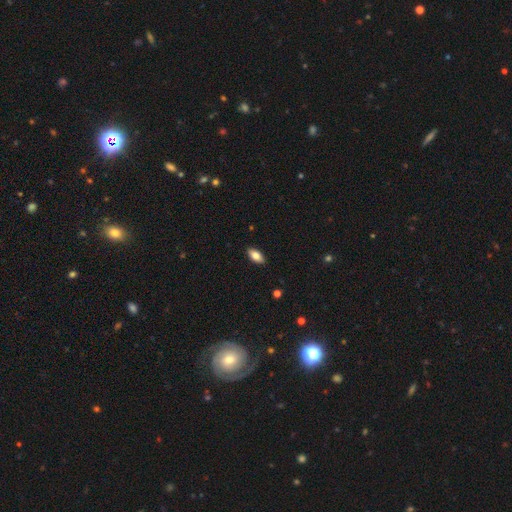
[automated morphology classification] Smooth or featured? smooth (80%)
How rounded? in between (89%)
Merging? none (89%)